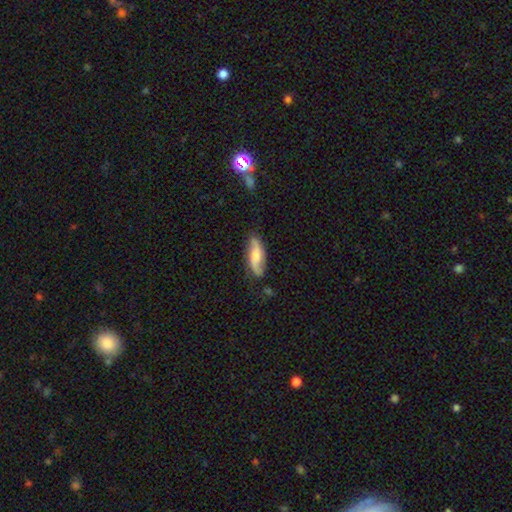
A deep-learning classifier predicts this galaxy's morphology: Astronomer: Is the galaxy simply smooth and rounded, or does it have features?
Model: featured or disk — 53% (runner-up: smooth, 40%).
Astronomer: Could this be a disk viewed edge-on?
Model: no — 81%.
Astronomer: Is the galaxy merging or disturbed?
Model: none — 75%.